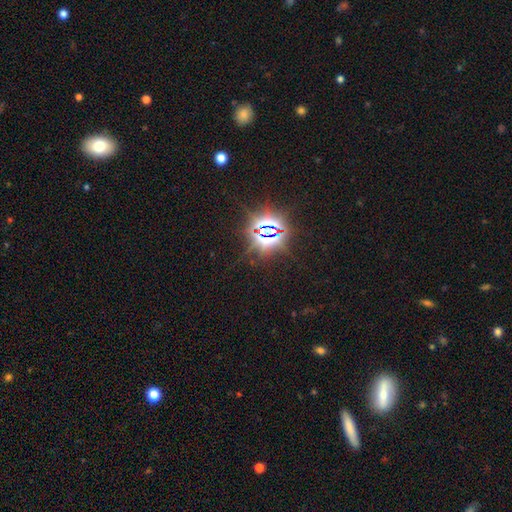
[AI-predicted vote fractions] A star or artifact, not a galaxy (77%).

Vote fractions:
- Smooth or featured? star or artifact: 77% / smooth: 17% / featured or disk: 7%